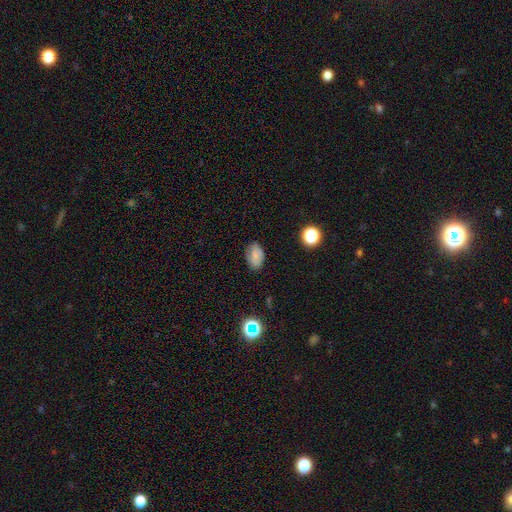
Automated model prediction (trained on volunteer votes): smooth_or_featured: smooth (p=0.74) [alt: featured or disk p=0.14]
how_rounded: in between (p=0.88) [alt: round p=0.11]
merging: none (p=0.79) [alt: minor disturbance p=0.16]